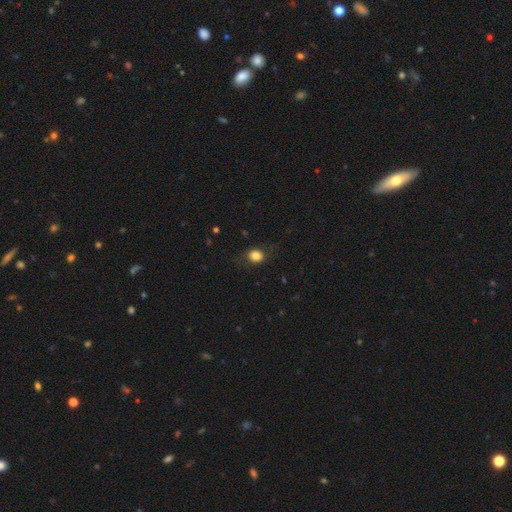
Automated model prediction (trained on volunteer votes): A smooth galaxy with no disk features (82%) that is round (66%). Merging: none (78%).